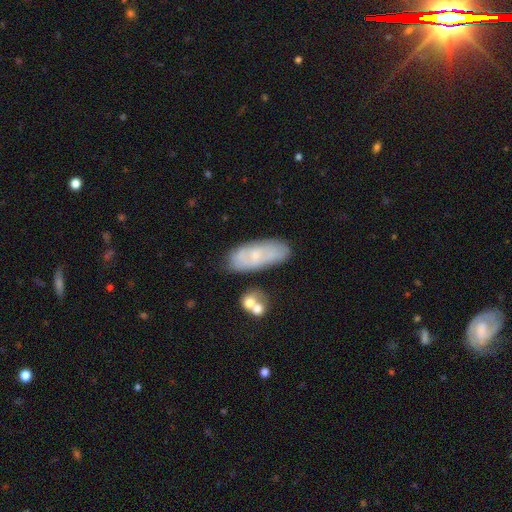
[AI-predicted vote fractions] Smooth or featured?
  - smooth: 48% *
  - featured or disk: 44%
  - star or artifact: 8%
Merging?
  - none: 71% *
  - minor disturbance: 18%
  - merger: 6%
  - major disturbance: 5%